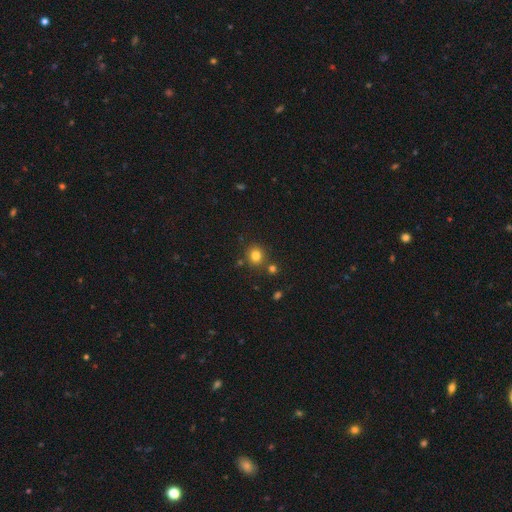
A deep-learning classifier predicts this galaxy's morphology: This appears to be a smooth galaxy with no disk features (80%) that is round (87%). Merging: none (79%).